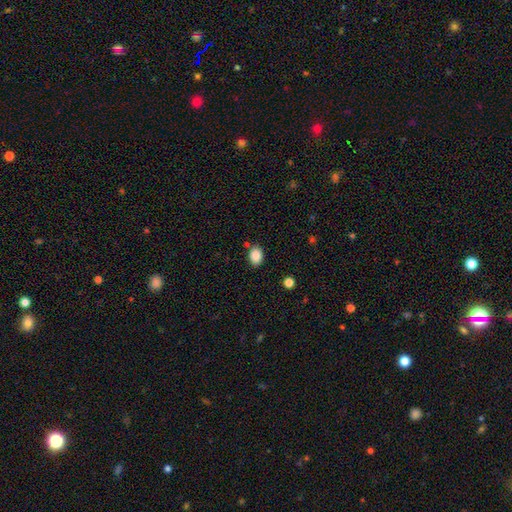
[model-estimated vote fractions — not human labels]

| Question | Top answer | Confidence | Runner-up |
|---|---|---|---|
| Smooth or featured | smooth | 88% | star or artifact (9%) |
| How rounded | in between | 73% | round (26%) |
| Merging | none | 80% | minor disturbance (12%) |